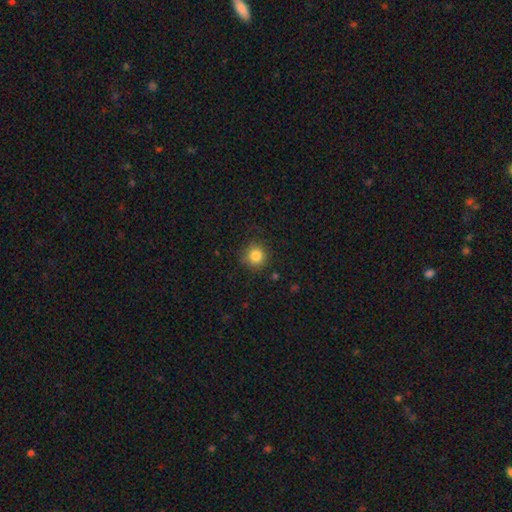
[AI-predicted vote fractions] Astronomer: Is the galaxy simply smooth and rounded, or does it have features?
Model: smooth — 84%.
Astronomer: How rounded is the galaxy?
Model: round — 92%.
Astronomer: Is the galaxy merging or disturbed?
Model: none — 83%.